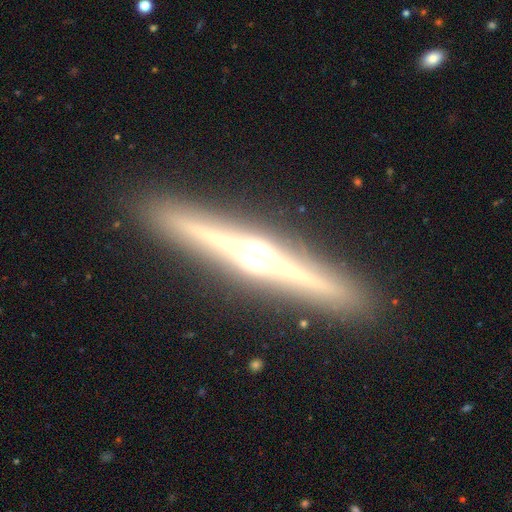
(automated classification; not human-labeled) Overall: featured or disk (84%). Edge-on disk: yes (98%). Edge-on bulge: rounded (90%). Merging: none (92%).